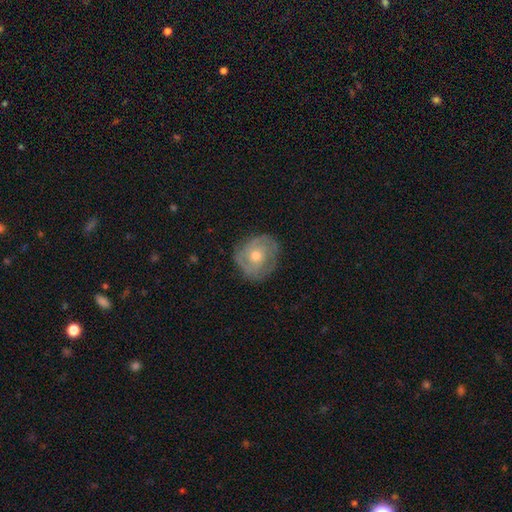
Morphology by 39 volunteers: Smooth or featured?
  - featured or disk: 87% *
  - smooth: 10%
  - star or artifact: 3%
Edge-on disk?
  - no: 100% *
  - yes: 0%
Bar?
  - no: 79% *
  - weak: 15%
  - strong: 6%
Spiral arms?
  - yes: 94% *
  - no: 6%
Spiral winding?
  - tight: 56% *
  - medium: 31%
  - loose: 12%
Spiral arm count?
  - 3: 59% *
  - can't tell: 31%
  - 2: 6%
  - 4: 3%
  - 1: 0%
  - more than 4: 0%
Bulge size?
  - moderate: 53% *
  - small: 44%
  - none: 3%
  - dominant: 0%
  - large: 0%
Merging?
  - none: 74% *
  - minor disturbance: 16%
  - major disturbance: 11%
  - merger: 0%